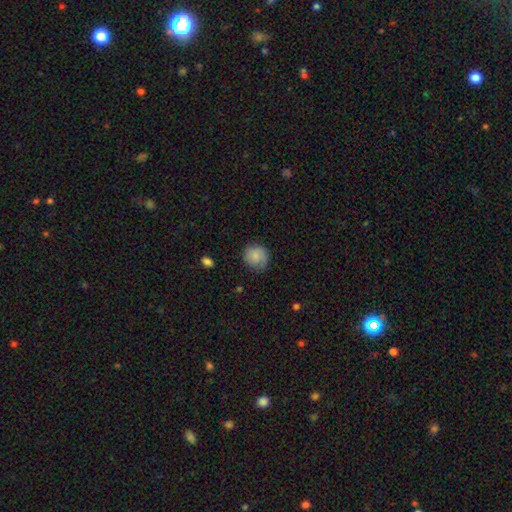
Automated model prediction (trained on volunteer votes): Smooth or featured? smooth (79%)
How rounded? round (87%)
Merging? none (76%)